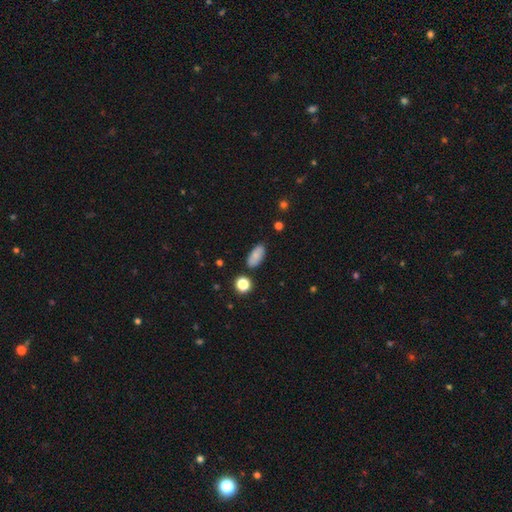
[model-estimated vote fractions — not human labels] This is clearly a smooth galaxy (81%). How rounded: clearly in between (89%). Merging: likely none (79%).